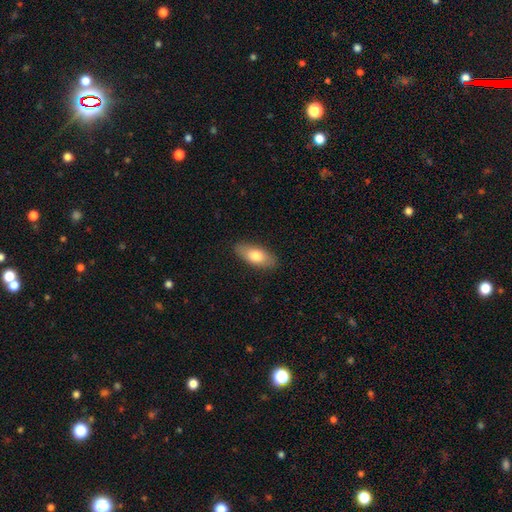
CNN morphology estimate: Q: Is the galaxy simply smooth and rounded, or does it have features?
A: smooth — 76%.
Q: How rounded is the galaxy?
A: in between — 85%.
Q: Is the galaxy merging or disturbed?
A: none — 87%.